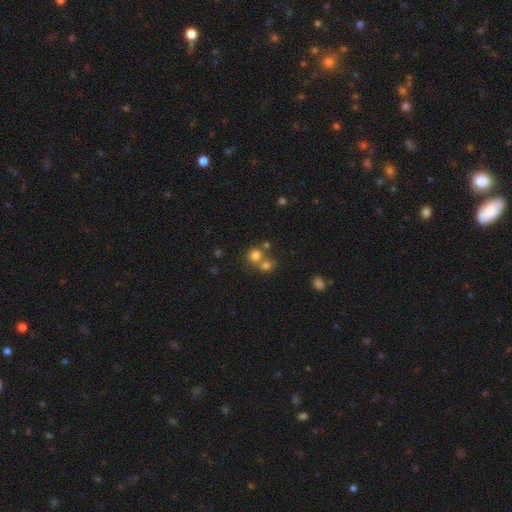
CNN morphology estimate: Smooth or featured: smooth — 75% (star or artifact — 16%)
How rounded: round — 85% (in between — 14%)
Merging: none — 46% (merger — 45%)